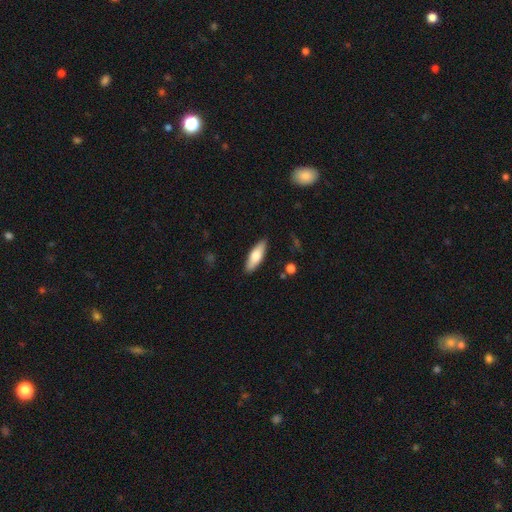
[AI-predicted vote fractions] smooth_or_featured: smooth (p=0.70) [alt: featured or disk p=0.24]
how_rounded: in between (p=0.54) [alt: cigar-shaped p=0.44]
merging: none (p=0.88) [alt: minor disturbance p=0.09]